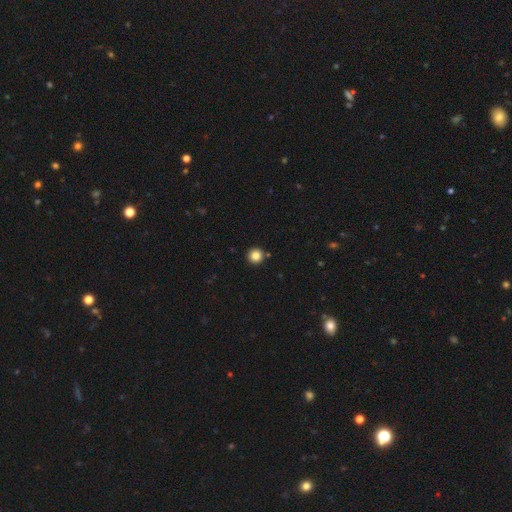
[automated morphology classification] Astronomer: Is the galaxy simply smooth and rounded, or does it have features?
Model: smooth — 84%.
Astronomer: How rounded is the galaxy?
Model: round — 96%.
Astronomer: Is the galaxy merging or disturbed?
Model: none — 91%.